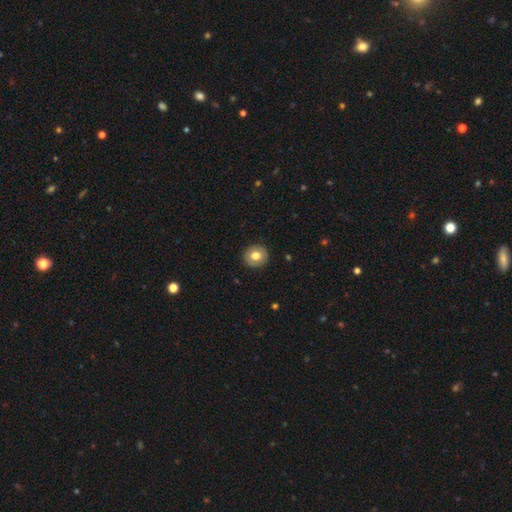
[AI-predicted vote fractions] Smooth or featured: smooth — 76% (featured or disk — 16%)
How rounded: round — 88% (in between — 11%)
Merging: none — 91% (minor disturbance — 6%)